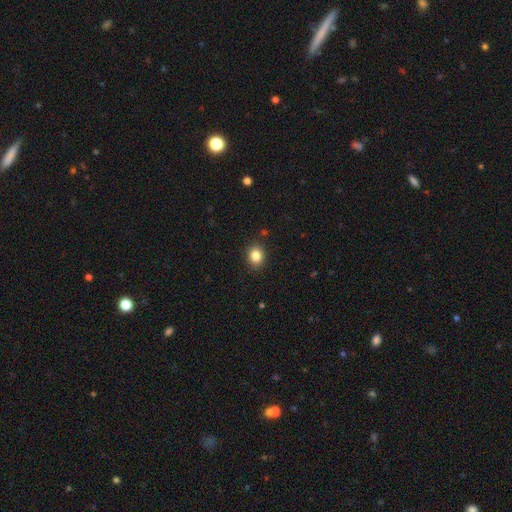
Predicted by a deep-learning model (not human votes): Smooth or featured?
  - smooth: 84% *
  - star or artifact: 11%
  - featured or disk: 5%
How rounded?
  - round: 68% *
  - in between: 31%
  - cigar-shaped: 1%
Merging?
  - none: 89% *
  - minor disturbance: 8%
  - major disturbance: 2%
  - merger: 1%